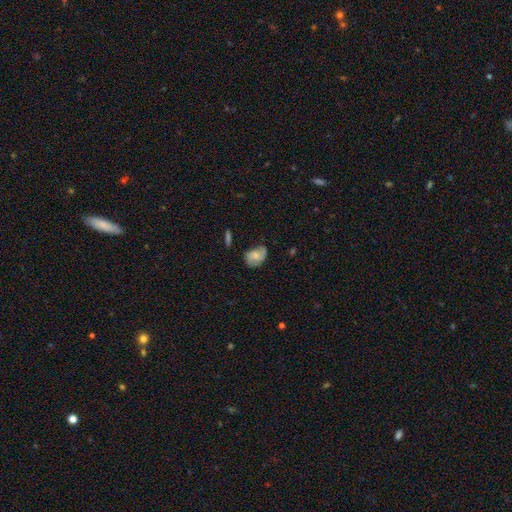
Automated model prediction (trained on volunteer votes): Morphology: type=featured or disk (52%); edge-on=no (96%); bar=no (60%); spiral arms=yes (88%); bulge=small (43%); merging=none (56%).